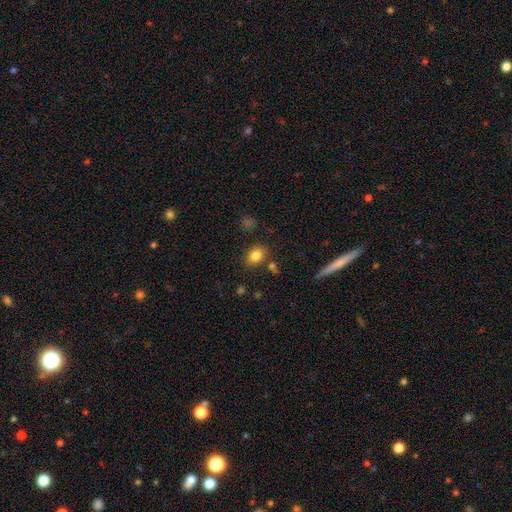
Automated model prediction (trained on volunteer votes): This appears to be a smooth galaxy with no disk features (83%) that is in between round and cigar-shaped (67%). Merging: none (78%).